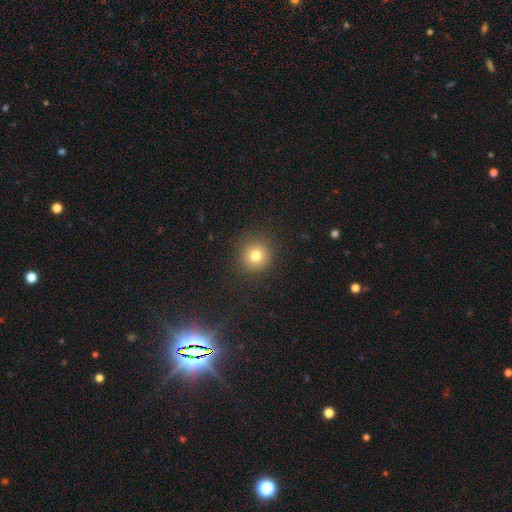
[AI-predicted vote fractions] This appears to be a smooth galaxy with no disk features (79%) that is round (94%). Merging: none (90%).